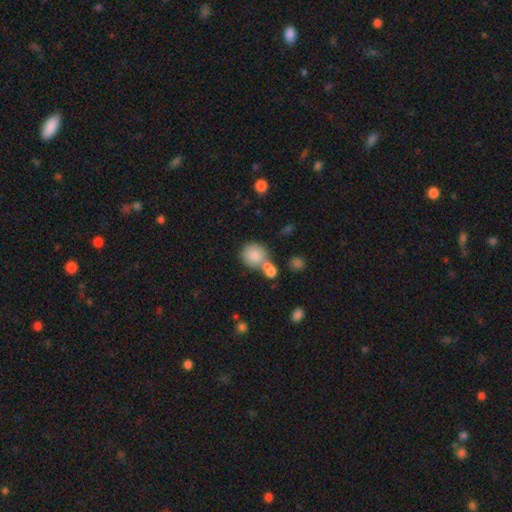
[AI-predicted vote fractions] smooth-or-featured: smooth: 81% | star or artifact: 9% | featured or disk: 9%
  how-rounded: round: 81% | in between: 17% | cigar-shaped: 1%
  merging: none: 54% | merger: 30% | minor disturbance: 12% | major disturbance: 4%